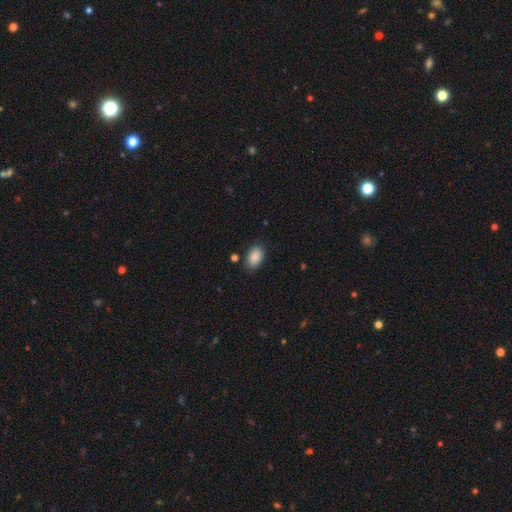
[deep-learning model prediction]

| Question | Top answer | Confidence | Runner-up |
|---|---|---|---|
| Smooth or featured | smooth | 89% | star or artifact (7%) |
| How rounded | in between | 90% | round (8%) |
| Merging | none | 82% | minor disturbance (13%) |